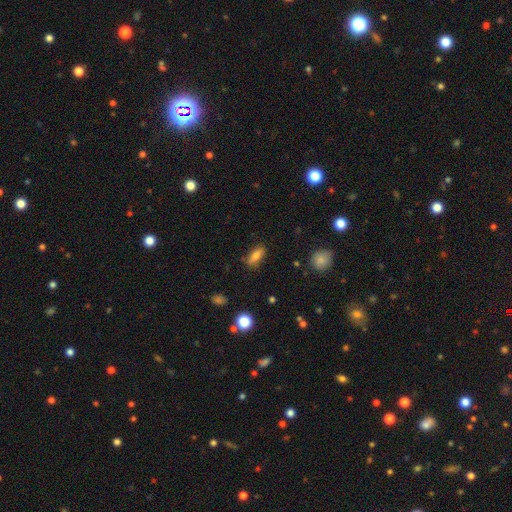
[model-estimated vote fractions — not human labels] Morphology: type=smooth (75%); roundness=in between (68%); merging=none (81%).